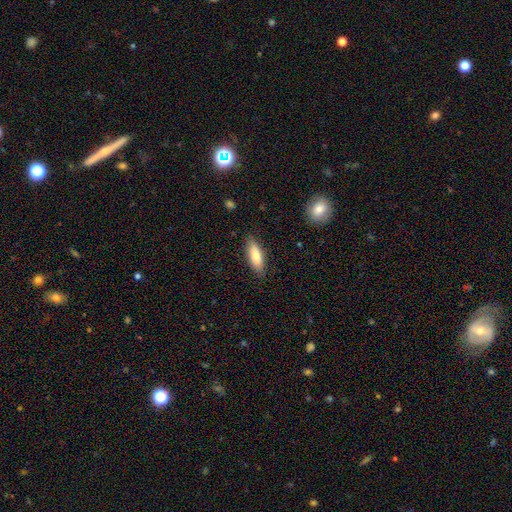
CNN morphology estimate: Smooth or featured? smooth (78%)
How rounded? in between (62%)
Merging? none (86%)